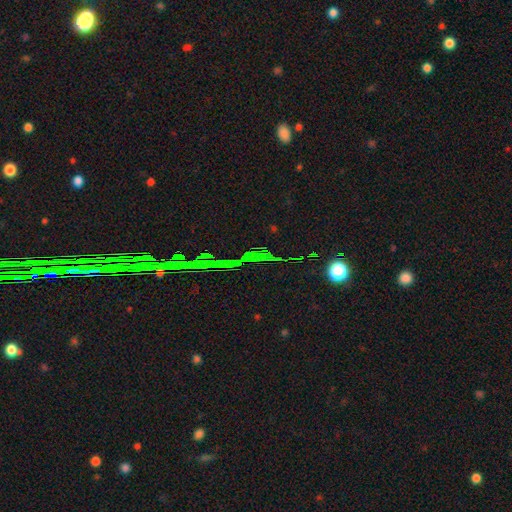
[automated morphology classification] This is likely a star or artifact rather than a galaxy (77%).